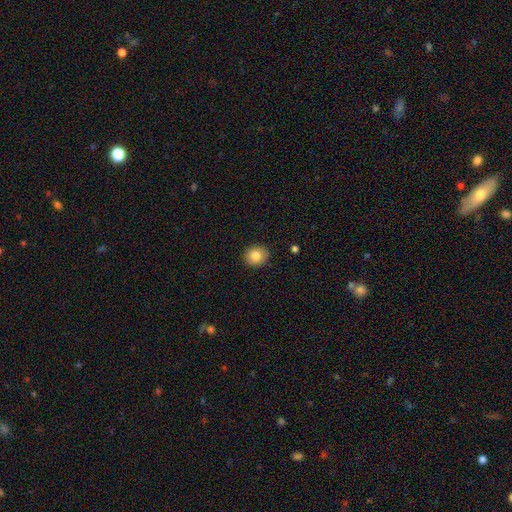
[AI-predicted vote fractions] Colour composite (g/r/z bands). It shows a smooth galaxy with no disk features (83%) that is round (77%). Merging: none (90%).